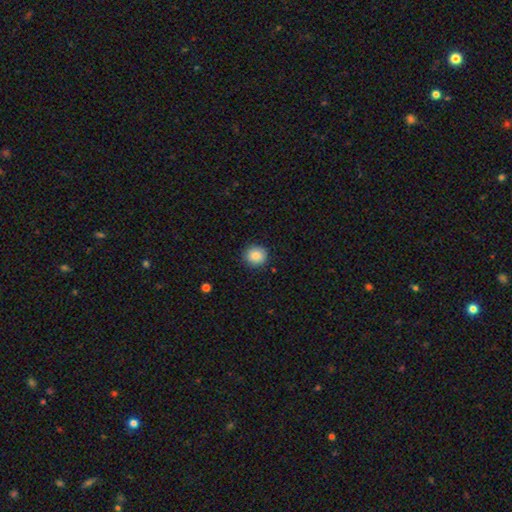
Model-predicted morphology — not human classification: The model was most divided on "smooth or featured": smooth: 88%, star or artifact: 8%, featured or disk: 4%. More confident: how rounded — round (89%); merging — none (89%).